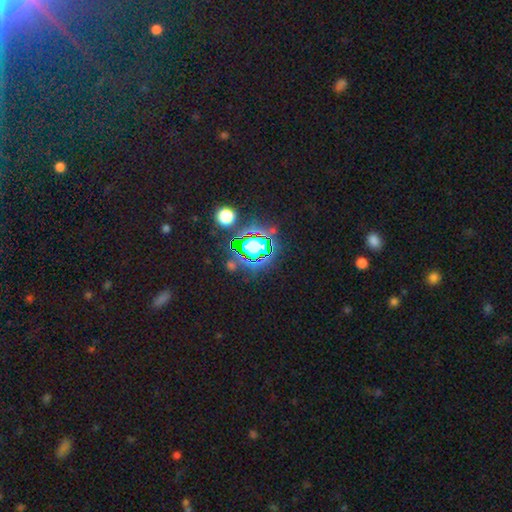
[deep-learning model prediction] This is likely a star or artifact rather than a galaxy (79%).